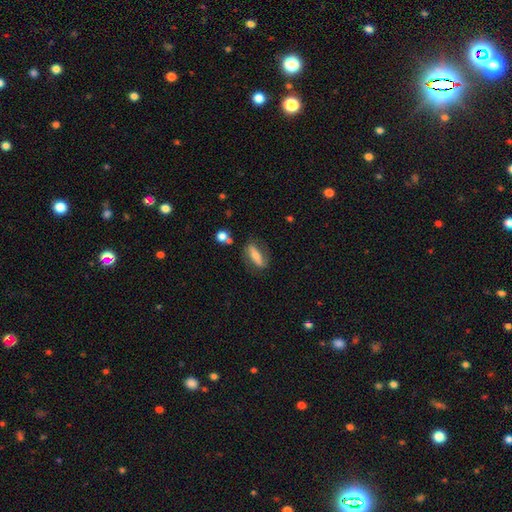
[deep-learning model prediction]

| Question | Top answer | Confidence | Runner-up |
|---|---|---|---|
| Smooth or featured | featured or disk | 47% | smooth (46%) |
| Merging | none | 72% | minor disturbance (17%) |